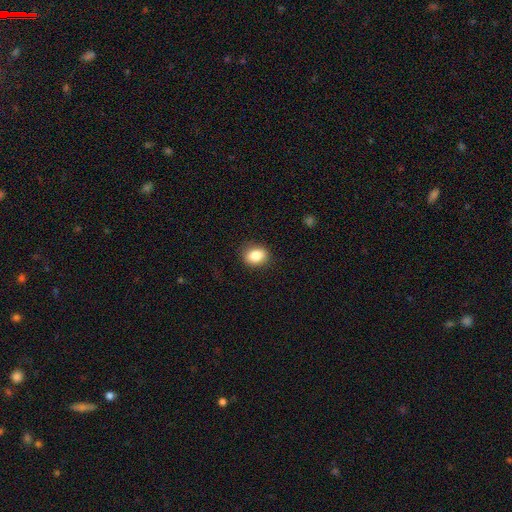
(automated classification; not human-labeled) Smooth or featured? smooth (85%)
How rounded? in between (58%)
Merging? none (88%)